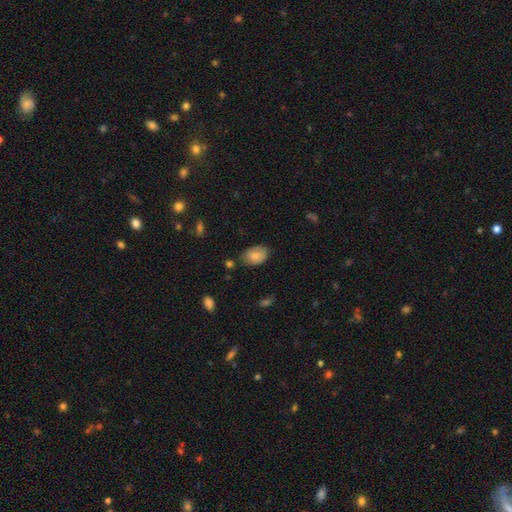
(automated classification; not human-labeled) Morphology: type=smooth (77%); roundness=in between (86%); merging=none (71%).